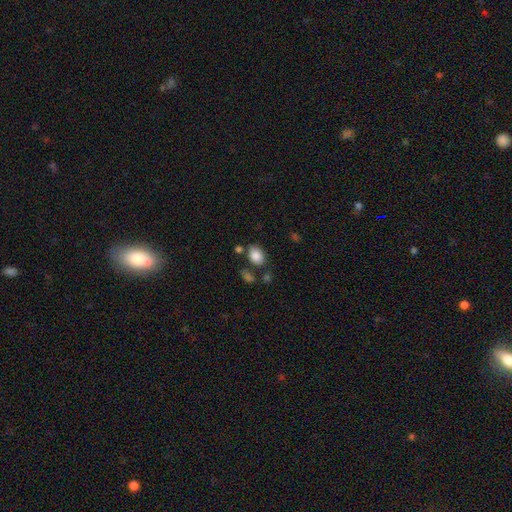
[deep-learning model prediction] smooth_or_featured: smooth (p=0.86) [alt: star or artifact p=0.09]
how_rounded: in between (p=0.77) [alt: round p=0.22]
merging: none (p=0.69) [alt: minor disturbance p=0.15]